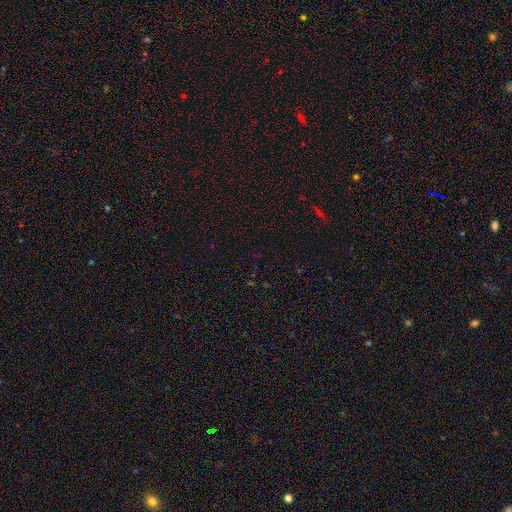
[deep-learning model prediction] Smooth or featured? star or artifact (68%)